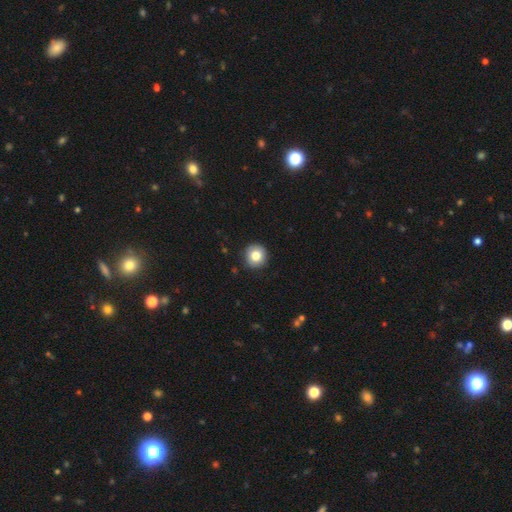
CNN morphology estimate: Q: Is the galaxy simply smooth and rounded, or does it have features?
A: smooth — 81%.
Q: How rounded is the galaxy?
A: round — 94%.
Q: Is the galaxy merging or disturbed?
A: none — 91%.